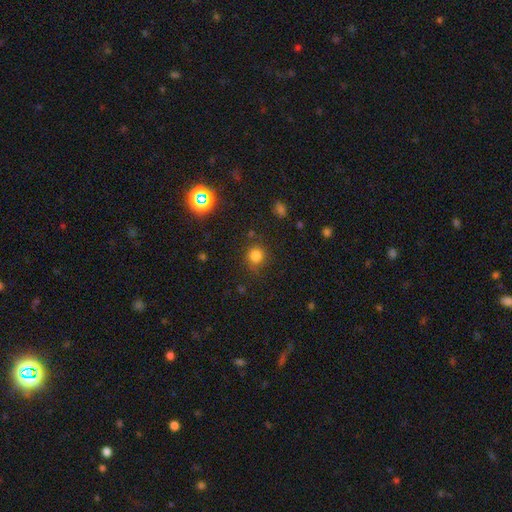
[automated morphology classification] Q: Smooth or featured?
A: smooth (79%); runner-up: star or artifact (16%)
Q: How rounded?
A: round (88%); runner-up: in between (11%)
Q: Merging?
A: none (80%); runner-up: minor disturbance (12%)